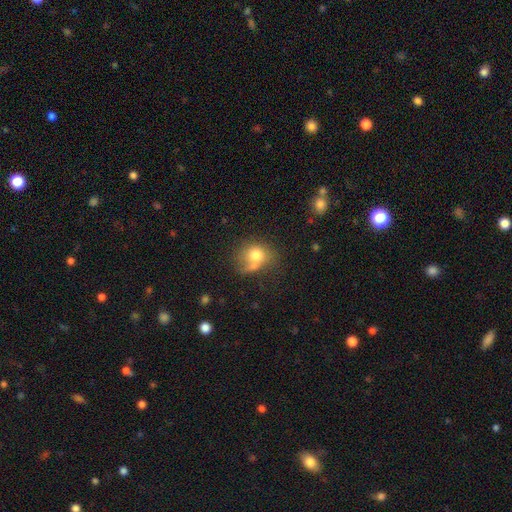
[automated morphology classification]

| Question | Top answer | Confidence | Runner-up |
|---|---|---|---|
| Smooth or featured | smooth | 74% | featured or disk (16%) |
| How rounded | round | 61% | in between (38%) |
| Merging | none | 37% | merger (27%) |